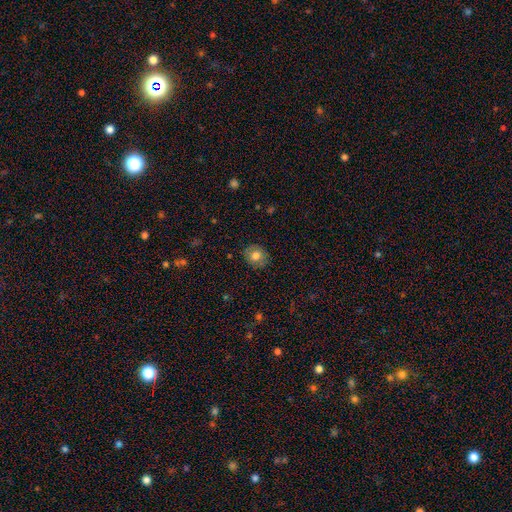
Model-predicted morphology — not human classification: type=smooth (75%); roundness=round (74%); merging=none (85%).